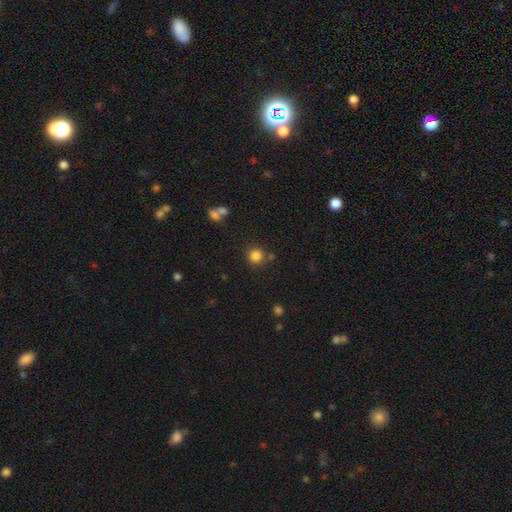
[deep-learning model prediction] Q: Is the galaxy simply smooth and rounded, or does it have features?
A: smooth — 83%.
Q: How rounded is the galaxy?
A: round — 93%.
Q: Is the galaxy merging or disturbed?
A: none — 78%.